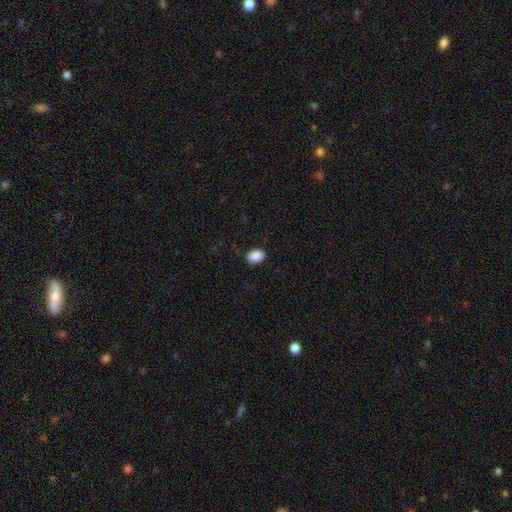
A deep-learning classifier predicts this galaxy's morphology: Overall: smooth (90%). How rounded: in between (77%). Merging: none (88%).